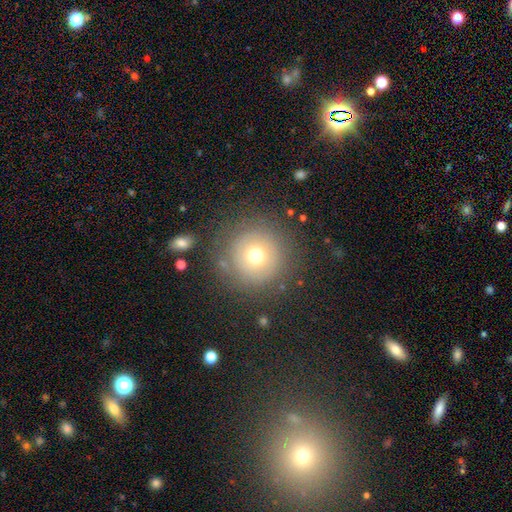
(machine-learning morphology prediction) This appears to be a smooth galaxy with no disk features (63%) that is round (95%). Merging: none (82%).